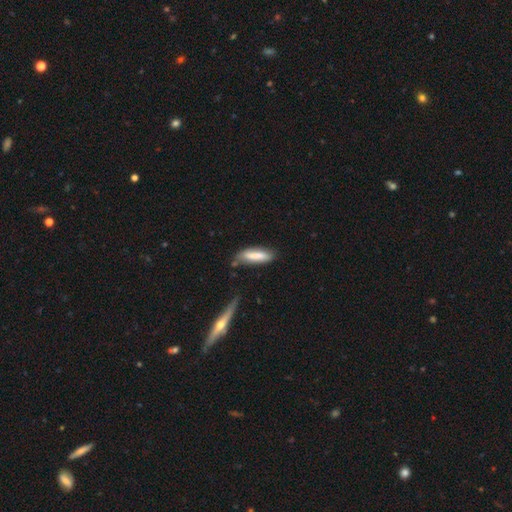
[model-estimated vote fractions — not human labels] This is likely a smooth galaxy (78%). How rounded: possibly cigar-shaped (58%). Merging: likely none (64%).